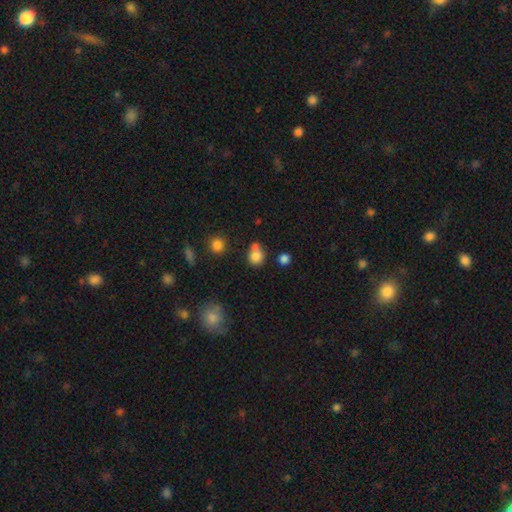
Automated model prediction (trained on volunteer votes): A smooth galaxy with no disk features (80%) that is round (78%). Merging: none (48%).